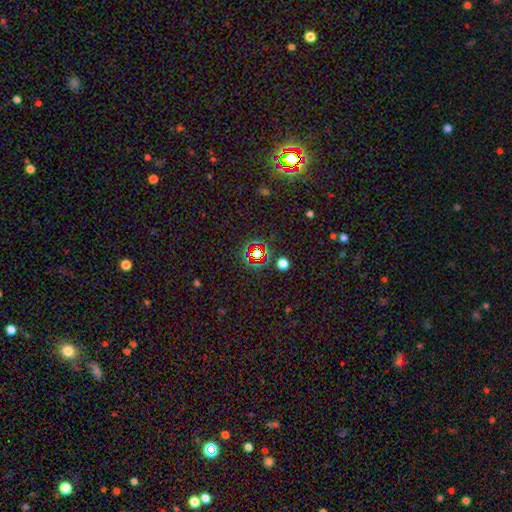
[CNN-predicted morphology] A star or artifact, not a galaxy (68%).

Vote fractions:
- Smooth or featured? star or artifact: 68% / smooth: 22% / featured or disk: 10%